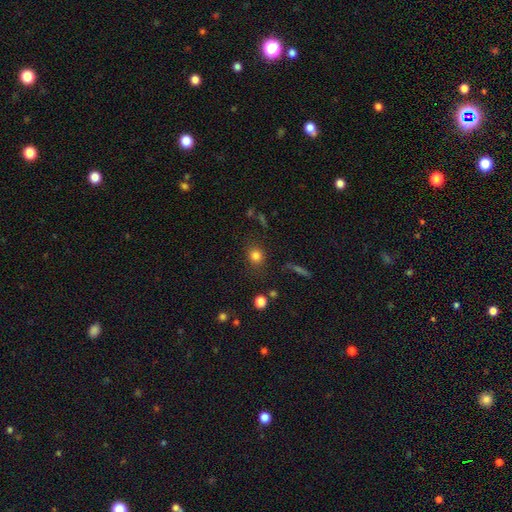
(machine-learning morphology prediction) smooth_or_featured: smooth (p=0.81) [alt: star or artifact p=0.13]
how_rounded: round (p=0.75) [alt: in between p=0.23]
merging: none (p=0.82) [alt: minor disturbance p=0.11]